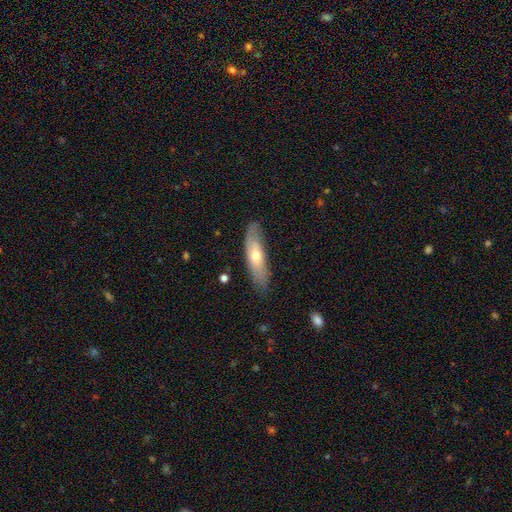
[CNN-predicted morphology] This appears to be a smooth galaxy with no disk features (52%) that is cigar-shaped (57%). Merging: none (78%).